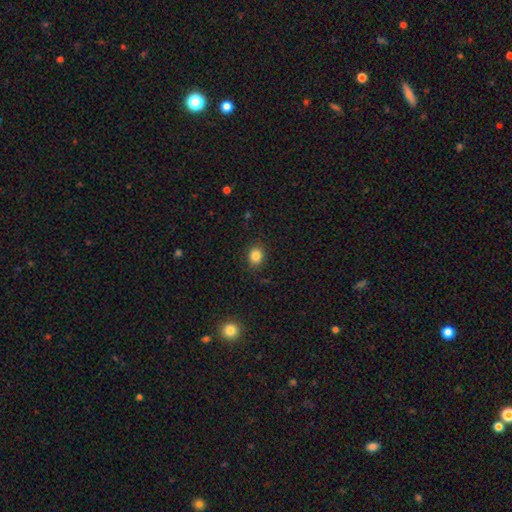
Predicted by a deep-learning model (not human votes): The model was most divided on "how rounded": round: 69%, in between: 30%, cigar-shaped: 1%. More confident: merging — none (88%); smooth or featured — smooth (84%).